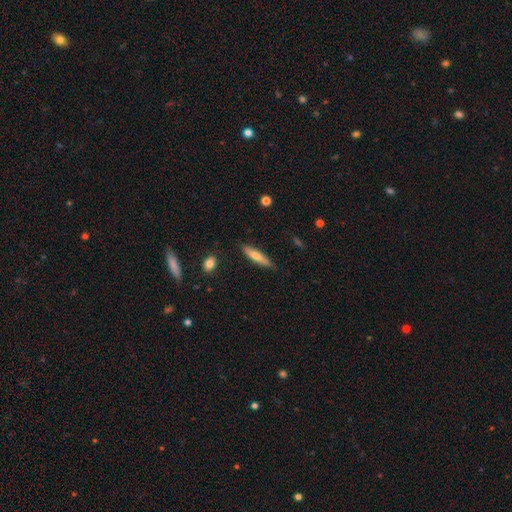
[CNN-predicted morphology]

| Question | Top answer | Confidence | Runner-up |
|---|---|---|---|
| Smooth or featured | smooth | 67% | featured or disk (27%) |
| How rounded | cigar-shaped | 81% | in between (17%) |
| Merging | none | 84% | minor disturbance (12%) |